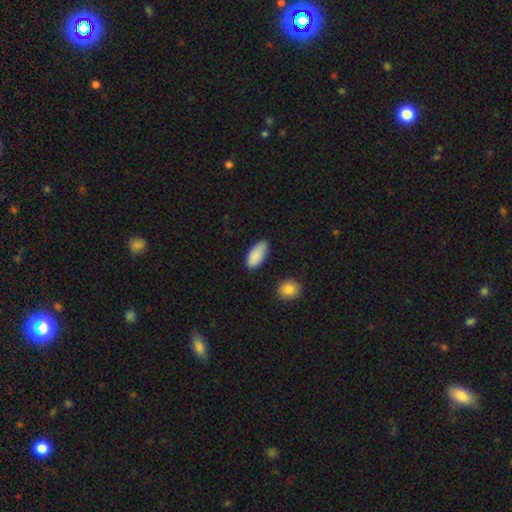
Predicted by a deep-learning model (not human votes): Overall: smooth (89%). How rounded: in between (91%). Merging: none (73%).